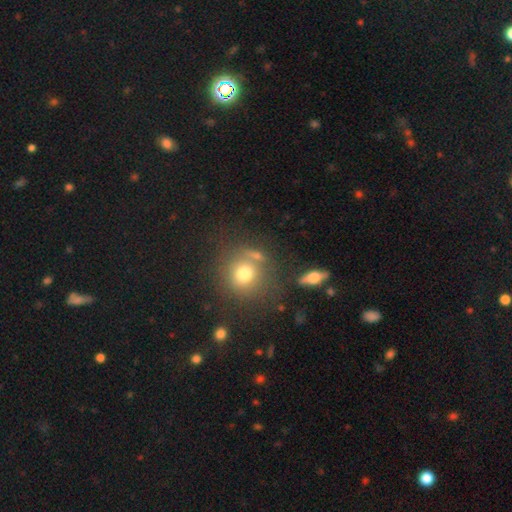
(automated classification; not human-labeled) Overall: smooth (65%). How rounded: round (87%). Merging: none (69%).